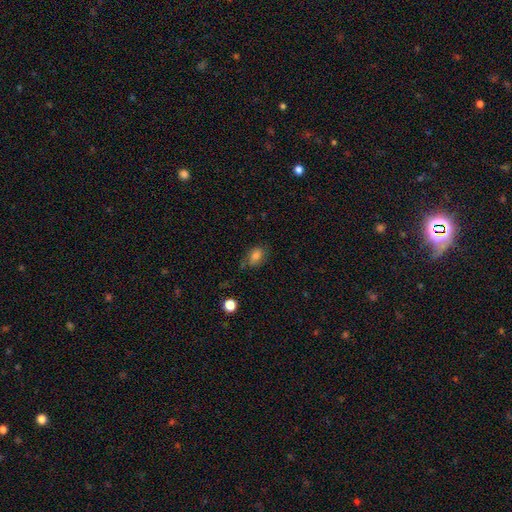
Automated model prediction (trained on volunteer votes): Smooth or featured? smooth (79%)
How rounded? in between (78%)
Merging? none (63%)